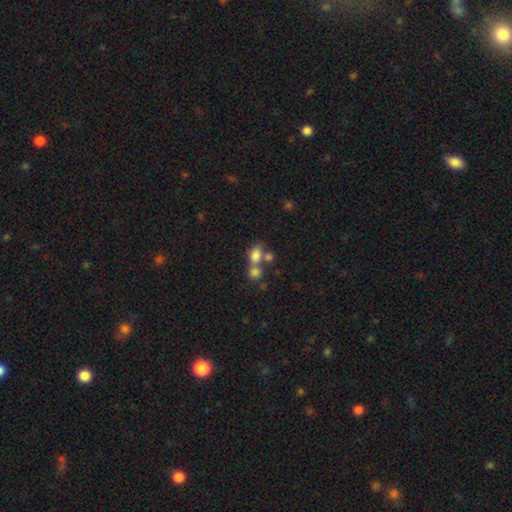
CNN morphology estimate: This appears to be a smooth galaxy with no disk features (75%) that is in between round and cigar-shaped (67%). Merging: merger (49%).